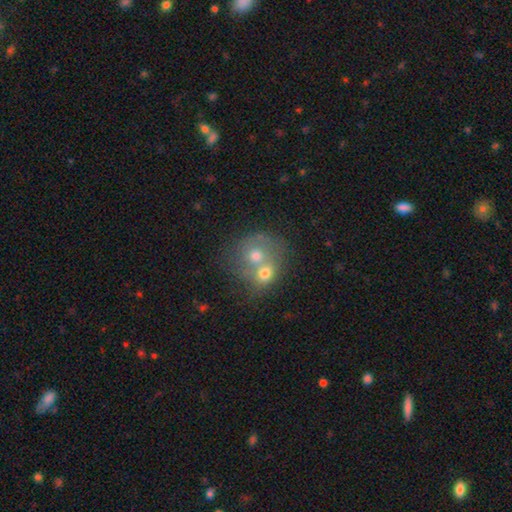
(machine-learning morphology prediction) Q: Smooth or featured?
A: smooth (58%); runner-up: featured or disk (32%)
Q: How rounded?
A: round (71%); runner-up: in between (28%)
Q: Merging?
A: merger (72%); runner-up: none (18%)